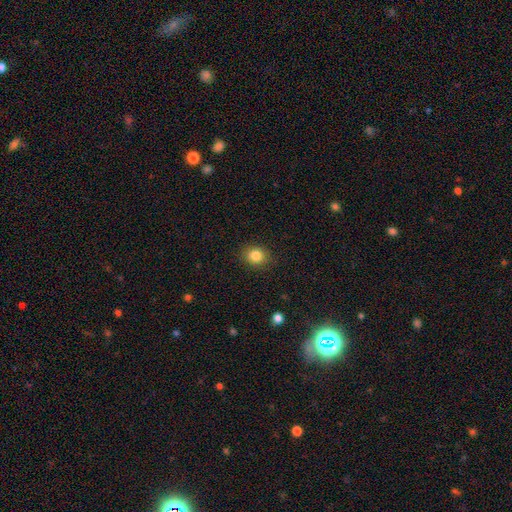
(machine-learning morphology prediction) smooth 85%, star or artifact 10%, featured or disk 5%. Down the decision tree: how rounded — round (76%); merging — none (89%).